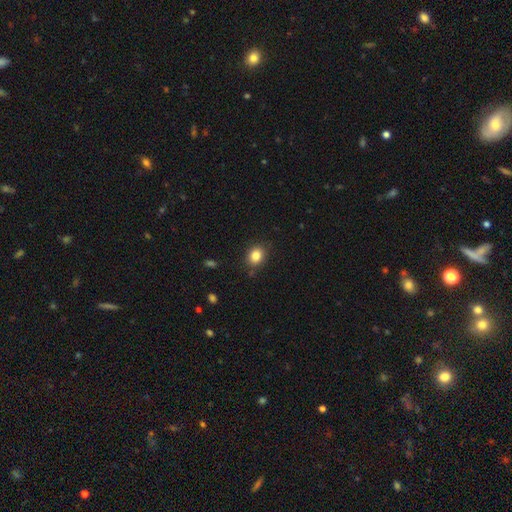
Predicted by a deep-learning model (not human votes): This appears to be a smooth galaxy with no disk features (84%) that is round (60%). Merging: none (86%).